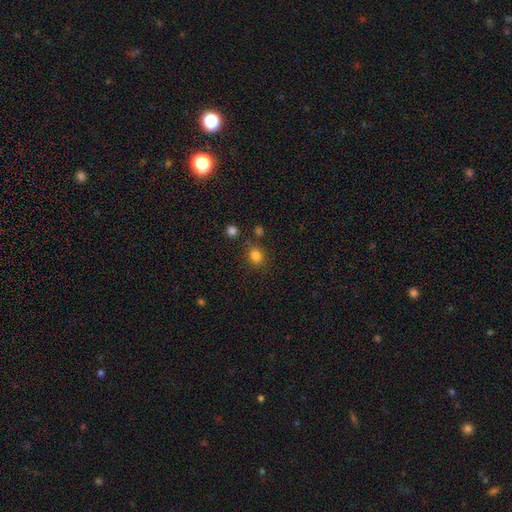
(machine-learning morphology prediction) This is clearly a smooth galaxy (82%). How rounded: likely round (69%). Merging: likely none (78%).